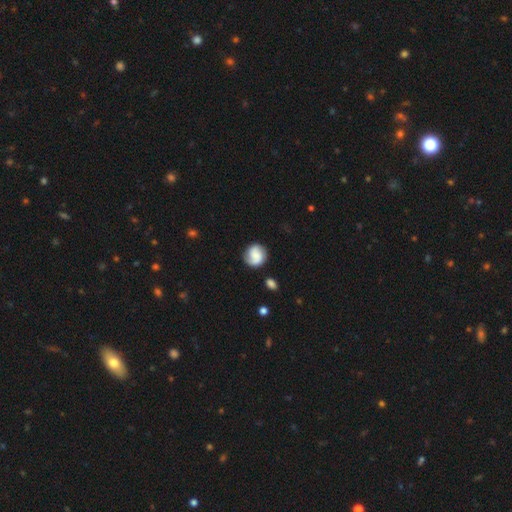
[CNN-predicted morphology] smooth 50%, featured or disk 41%, star or artifact 8%. Down the decision tree: how rounded — round (85%); merging — none (73%).